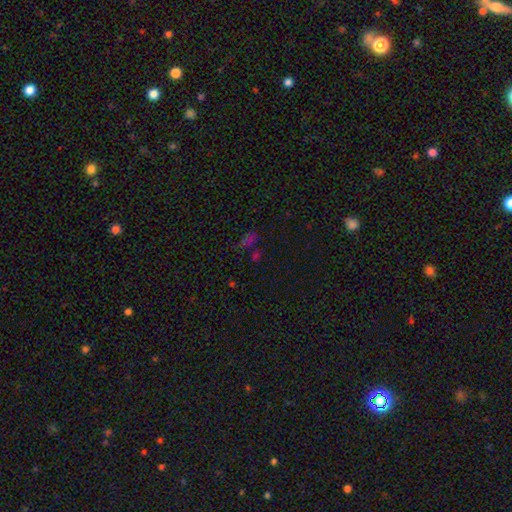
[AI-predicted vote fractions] smooth_or_featured: star or artifact (p=0.54) [alt: smooth p=0.38]